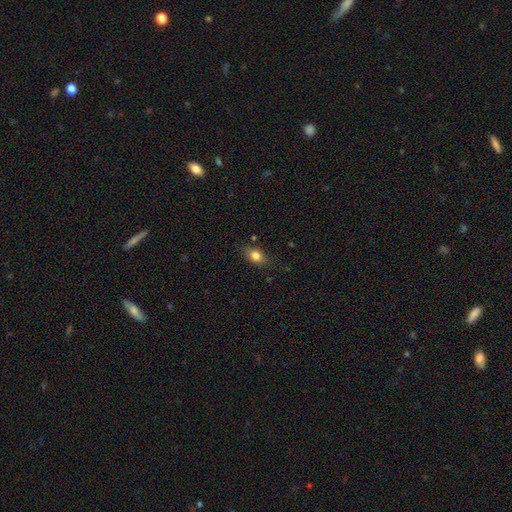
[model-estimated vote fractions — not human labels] Smooth or featured? smooth (80%)
How rounded? in between (77%)
Merging? none (78%)